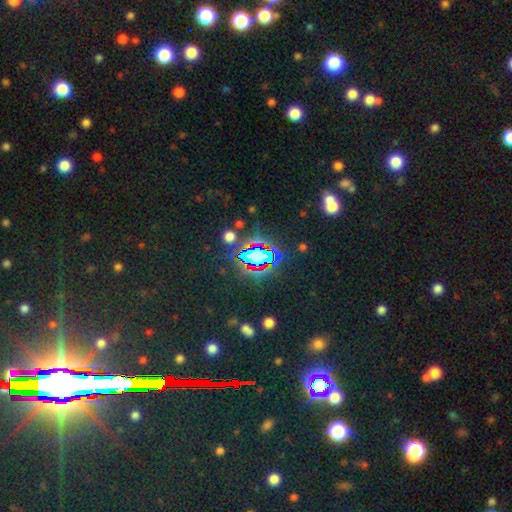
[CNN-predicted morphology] A star or artifact, not a galaxy (69%).

Vote fractions:
- Smooth or featured? star or artifact: 69% / smooth: 19% / featured or disk: 11%